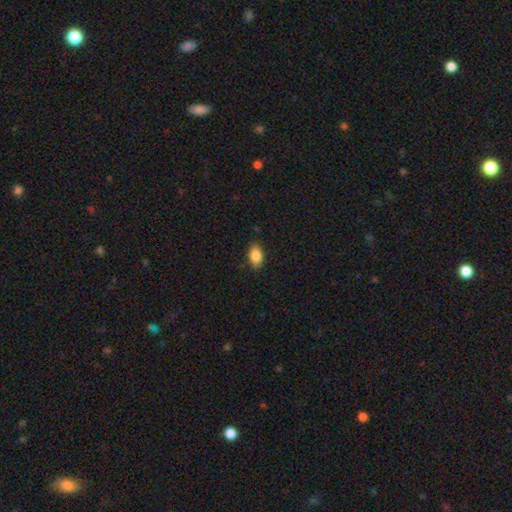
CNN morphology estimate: A smooth galaxy with no disk features (86%) that is in between round and cigar-shaped (89%). Merging: none (85%).